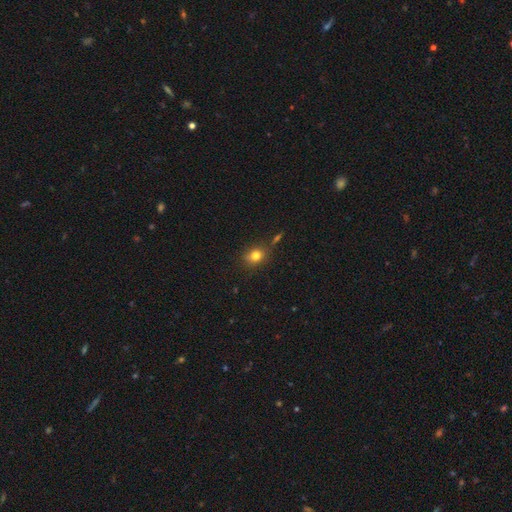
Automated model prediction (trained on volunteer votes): Smooth or featured: smooth — 78% (star or artifact — 13%)
How rounded: round — 61% (in between — 37%)
Merging: none — 76% (minor disturbance — 15%)